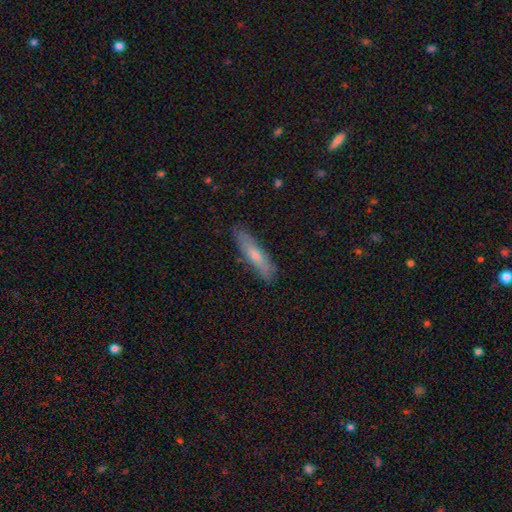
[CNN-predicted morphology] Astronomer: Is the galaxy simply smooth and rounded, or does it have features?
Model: smooth — 63%.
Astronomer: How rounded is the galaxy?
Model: cigar-shaped — 82%.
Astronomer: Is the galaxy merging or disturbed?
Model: none — 84%.